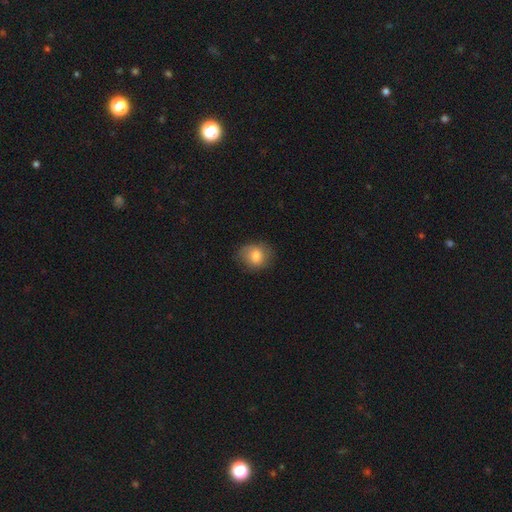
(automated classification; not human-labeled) Smooth or featured: smooth — 73% (featured or disk — 19%)
How rounded: round — 62% (in between — 37%)
Merging: none — 69% (minor disturbance — 22%)